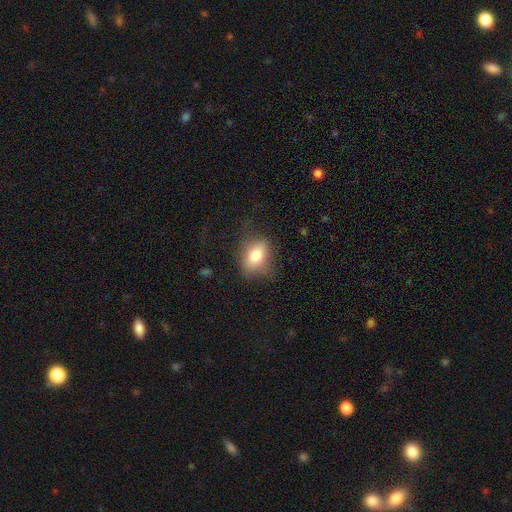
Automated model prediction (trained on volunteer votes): This is likely a smooth galaxy (75%). How rounded: likely in between (77%). Merging: likely none (63%).